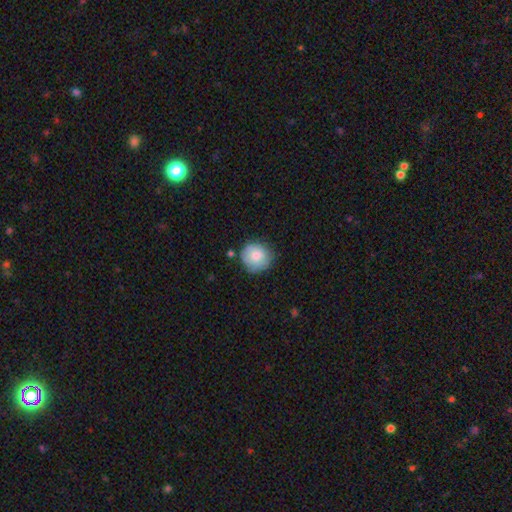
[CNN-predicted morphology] The model was most divided on "merging": none: 75%, minor disturbance: 18%, major disturbance: 4%, merger: 3%. More confident: how rounded — round (87%); smooth or featured — smooth (81%).